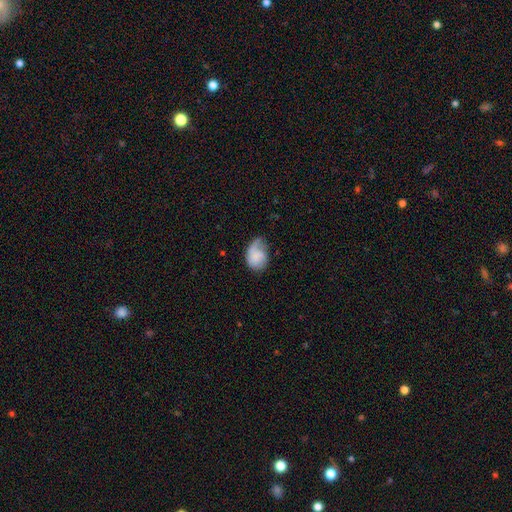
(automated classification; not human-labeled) Smooth or featured?
  - smooth: 63% *
  - featured or disk: 30%
  - star or artifact: 8%
How rounded?
  - in between: 69% *
  - round: 29%
  - cigar-shaped: 1%
Merging?
  - minor disturbance: 37% *
  - major disturbance: 31%
  - none: 30%
  - merger: 3%